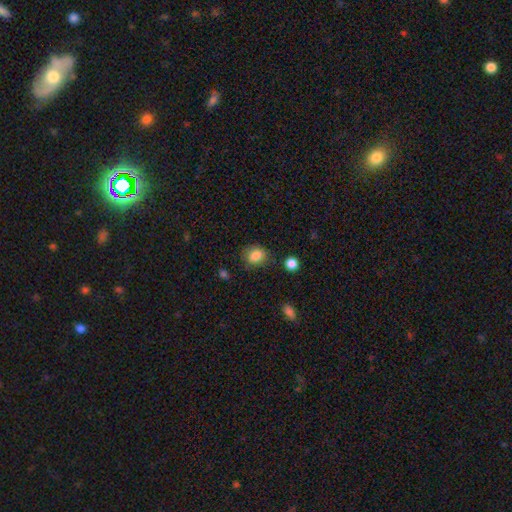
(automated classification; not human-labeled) Morphology: type=smooth (85%); roundness=in between (50%); merging=none (78%).